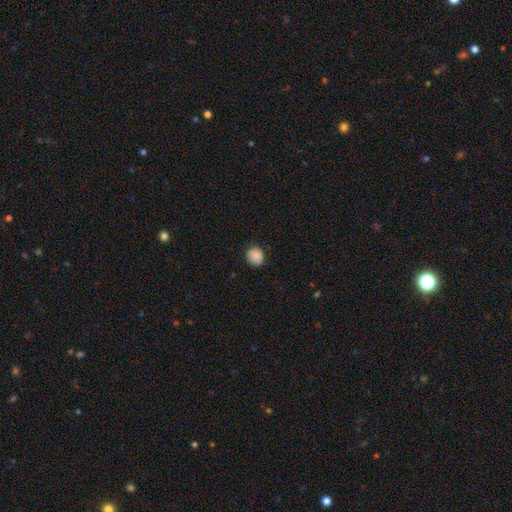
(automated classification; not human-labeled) smooth_or_featured: smooth (p=0.81) [alt: featured or disk p=0.11]
how_rounded: round (p=0.77) [alt: in between p=0.23]
merging: none (p=0.81) [alt: minor disturbance p=0.15]